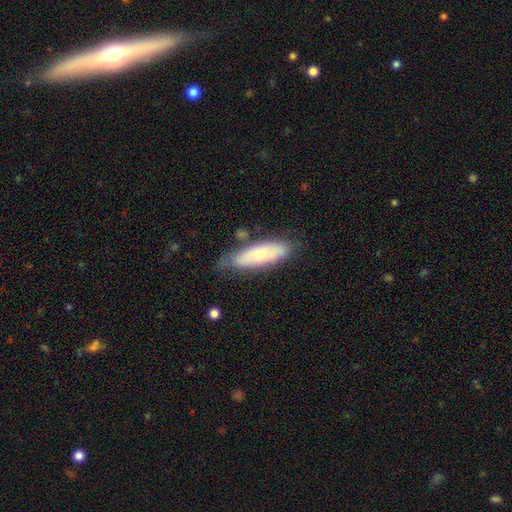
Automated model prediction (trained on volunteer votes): smooth-or-featured: smooth: 57% | featured or disk: 35% | star or artifact: 8%
  how-rounded: in between: 50% | cigar-shaped: 48% | round: 2%
  merging: none: 73% | minor disturbance: 19% | major disturbance: 4% | merger: 3%